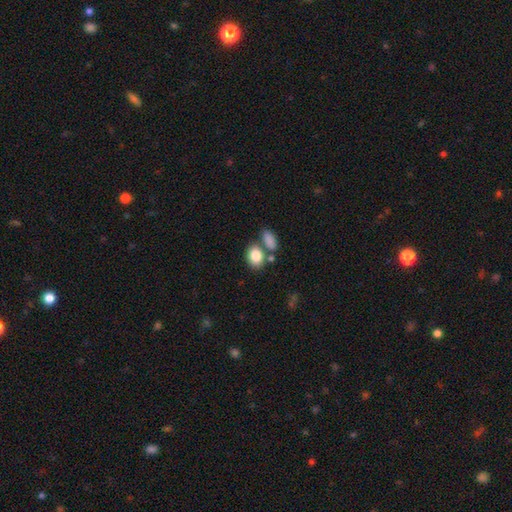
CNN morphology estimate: Smooth or featured? smooth (84%)
How rounded? in between (71%)
Merging? none (57%)